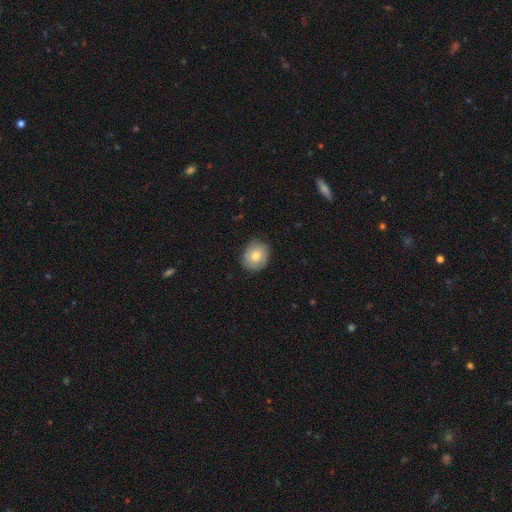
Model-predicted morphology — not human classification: Smooth or featured? Predicted: smooth (p=0.74). How rounded? Predicted: round (p=0.79). Merging? Predicted: none (p=0.82).